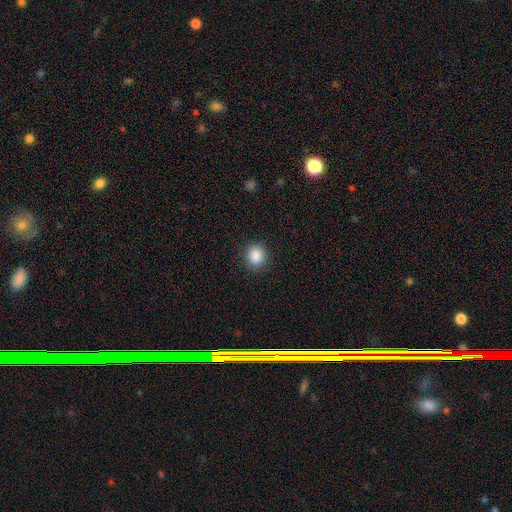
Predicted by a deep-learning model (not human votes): smooth_or_featured: smooth (p=0.88) [alt: star or artifact p=0.09]
how_rounded: round (p=0.74) [alt: in between p=0.25]
merging: none (p=0.89) [alt: minor disturbance p=0.08]